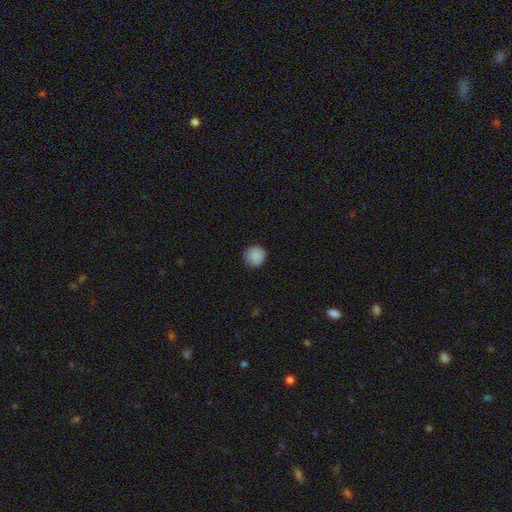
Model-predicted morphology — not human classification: A smooth galaxy with no disk features (88%) that is round (95%). Merging: none (90%).